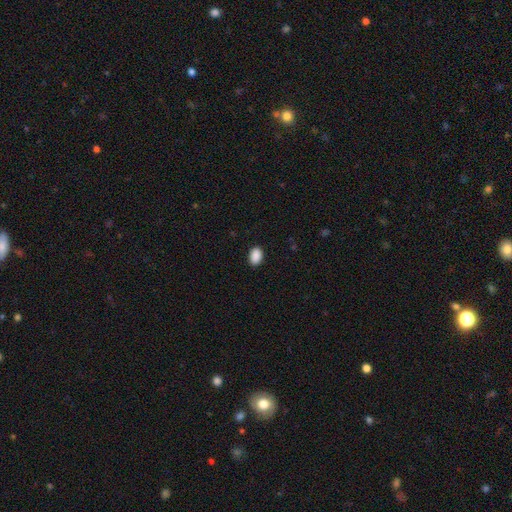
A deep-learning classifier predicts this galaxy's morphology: smooth_or_featured: smooth (p=0.90) [alt: star or artifact p=0.07]
how_rounded: in between (p=0.86) [alt: round p=0.13]
merging: none (p=0.89) [alt: minor disturbance p=0.08]